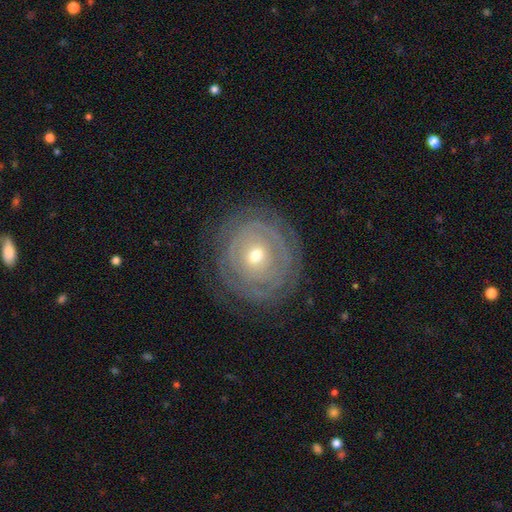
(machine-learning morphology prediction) A featured or disk galaxy (71%) with no bar (74%), spiral arms (64%) and a small central bulge (48%, tied with moderate).

Vote fractions:
- Smooth or featured? featured or disk: 71% / smooth: 22% / star or artifact: 7%
- Edge-on disk? no: 96% / yes: 4%
- Bar? no: 74% / weak: 20% / strong: 6%
- Spiral arms? yes: 64% / no: 36%
- Bulge size? small: 48% (tied) / moderate: 48% (tied) / large: 2% / dominant: 1% / none: 1%
- Merging? none: 78% / minor disturbance: 14% / major disturbance: 7% / merger: 1%